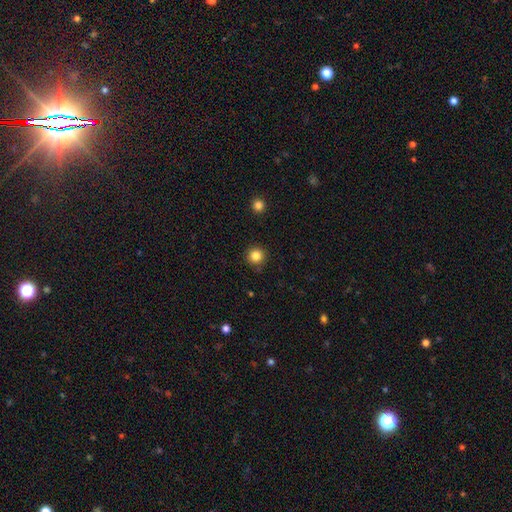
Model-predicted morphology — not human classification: type=smooth (84%); roundness=round (95%); merging=none (90%).